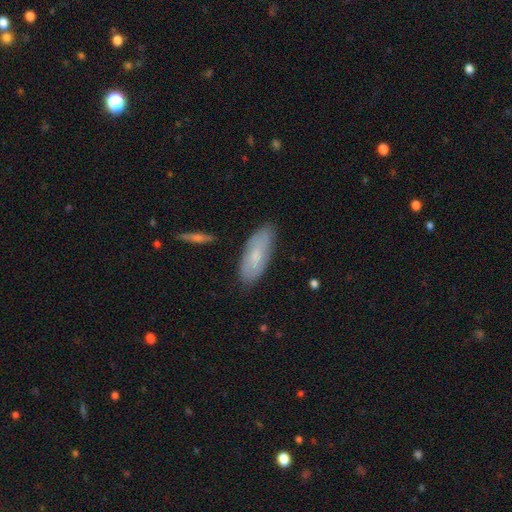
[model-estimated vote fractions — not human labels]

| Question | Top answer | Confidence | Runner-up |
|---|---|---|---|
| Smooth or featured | smooth | 62% | featured or disk (31%) |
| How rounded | in between | 77% | cigar-shaped (21%) |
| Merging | none | 80% | minor disturbance (15%) |